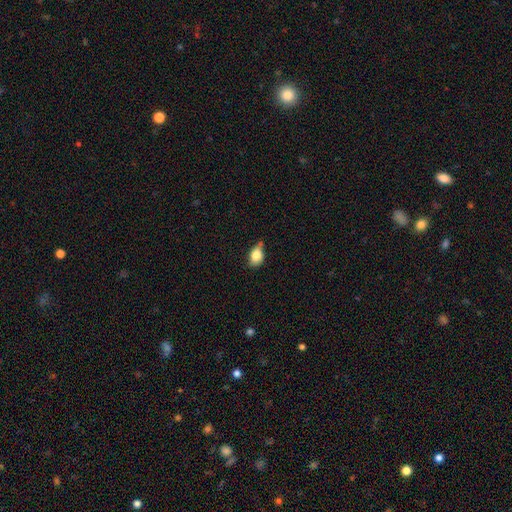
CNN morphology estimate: Smooth or featured? Predicted: smooth (p=0.77). How rounded? Predicted: in between (p=0.75). Merging? Predicted: none (p=0.44).